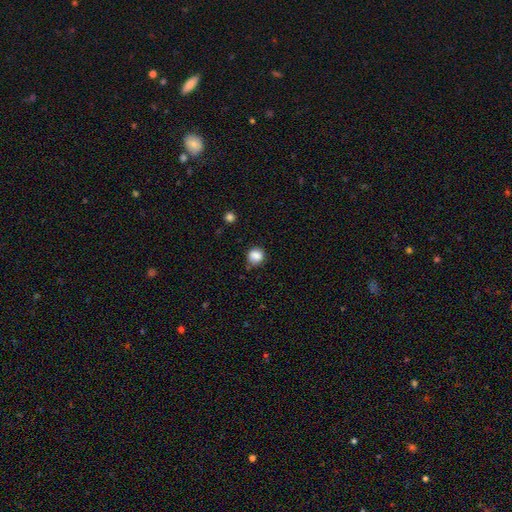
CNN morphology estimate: Smooth or featured?
  - smooth: 86% *
  - star or artifact: 10%
  - featured or disk: 4%
How rounded?
  - round: 87% *
  - in between: 12%
  - cigar-shaped: 1%
Merging?
  - none: 73% *
  - minor disturbance: 20%
  - major disturbance: 4%
  - merger: 3%